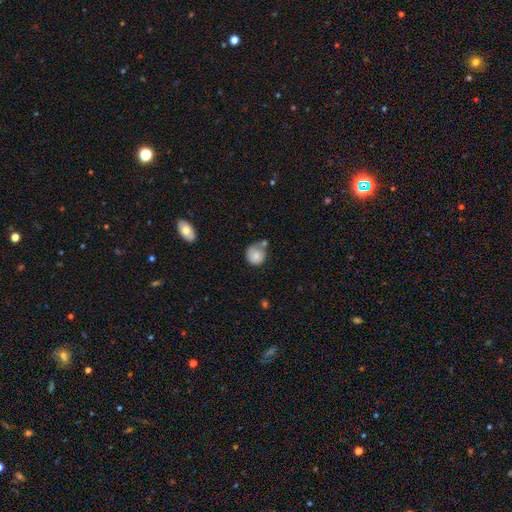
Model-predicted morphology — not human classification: Smooth or featured? smooth (78%)
How rounded? round (84%)
Merging? none (51%)